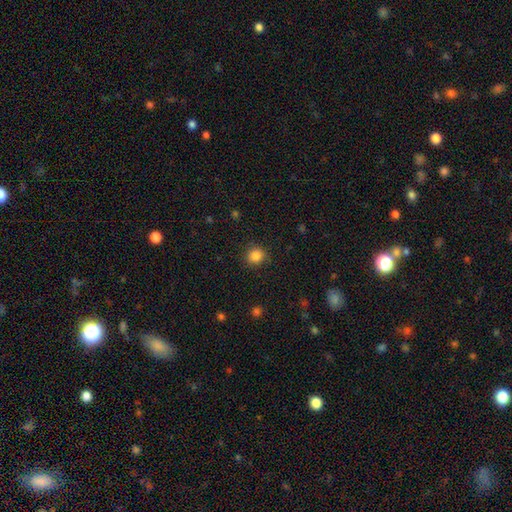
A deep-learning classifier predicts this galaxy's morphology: This is clearly a smooth galaxy (85%). How rounded: clearly round (88%). Merging: clearly none (86%).